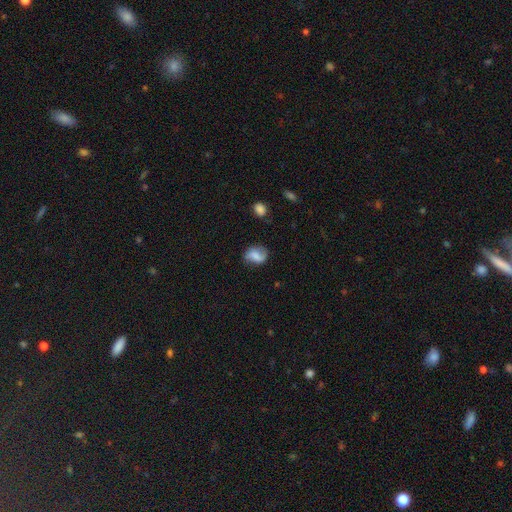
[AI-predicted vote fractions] smooth_or_featured: featured or disk (p=0.48) [alt: smooth p=0.43]
merging: none (p=0.68) [alt: minor disturbance p=0.22]